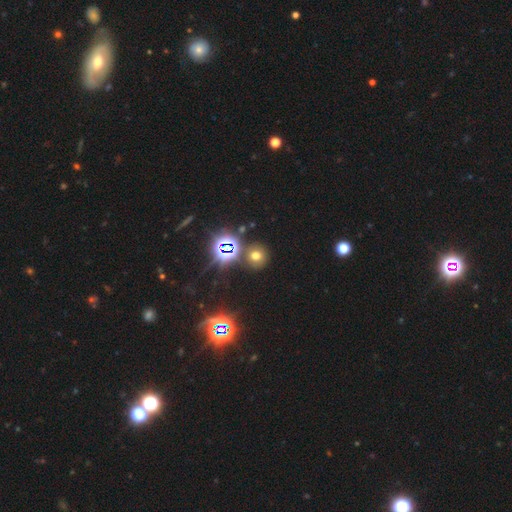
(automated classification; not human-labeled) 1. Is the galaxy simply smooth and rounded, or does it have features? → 52% smooth, 38% star or artifact, 9% featured or disk.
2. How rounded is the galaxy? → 88% round, 11% in between, 1% cigar-shaped.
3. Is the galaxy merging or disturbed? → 81% none, 8% minor disturbance, 7% merger, 4% major disturbance.